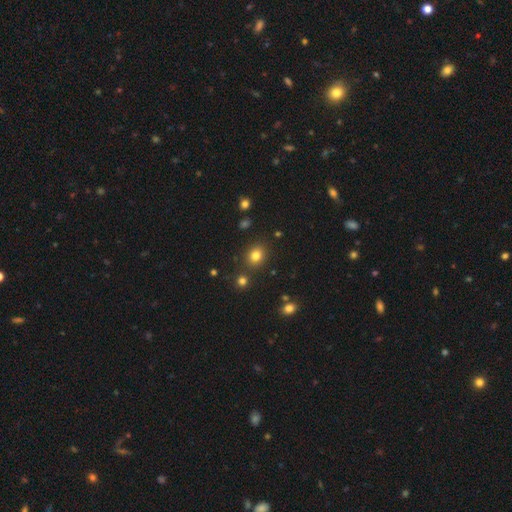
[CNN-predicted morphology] smooth-or-featured: smooth: 79% | star or artifact: 14% | featured or disk: 7%
  how-rounded: round: 60% | in between: 39% | cigar-shaped: 1%
  merging: none: 83% | minor disturbance: 9% | merger: 5% | major disturbance: 3%